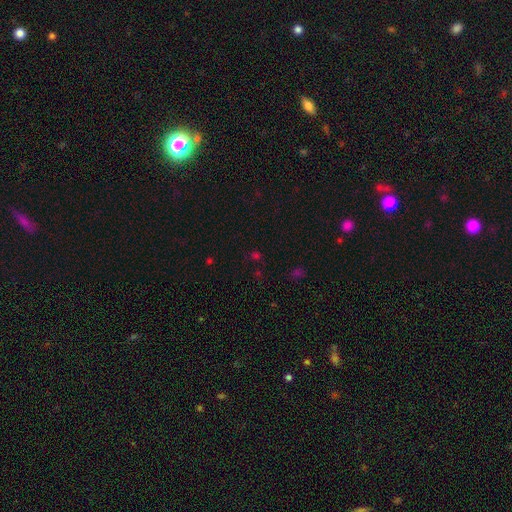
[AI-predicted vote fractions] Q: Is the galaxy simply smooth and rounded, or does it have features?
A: star or artifact — 51%.